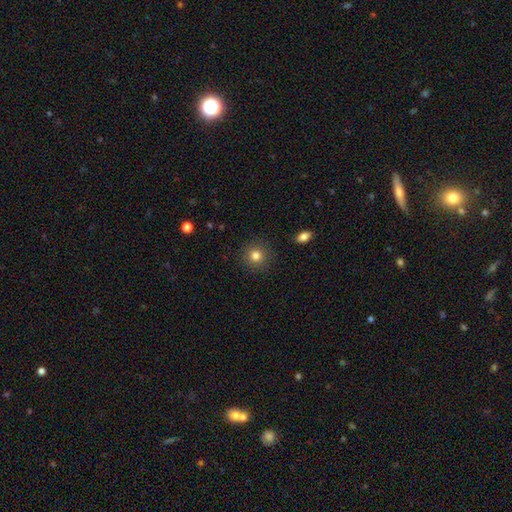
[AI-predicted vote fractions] smooth-or-featured: smooth: 82% | star or artifact: 11% | featured or disk: 7%
  how-rounded: round: 93% | in between: 6% | cigar-shaped: 1%
  merging: none: 90% | minor disturbance: 6% | major disturbance: 2% | merger: 1%